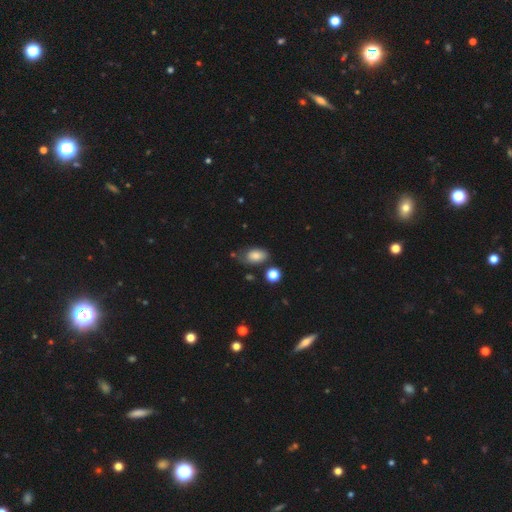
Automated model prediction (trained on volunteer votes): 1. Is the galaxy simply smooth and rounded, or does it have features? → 78% smooth, 12% featured or disk, 9% star or artifact.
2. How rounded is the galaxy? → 87% in between, 11% round, 2% cigar-shaped.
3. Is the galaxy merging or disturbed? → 57% none, 28% minor disturbance, 9% major disturbance, 6% merger.